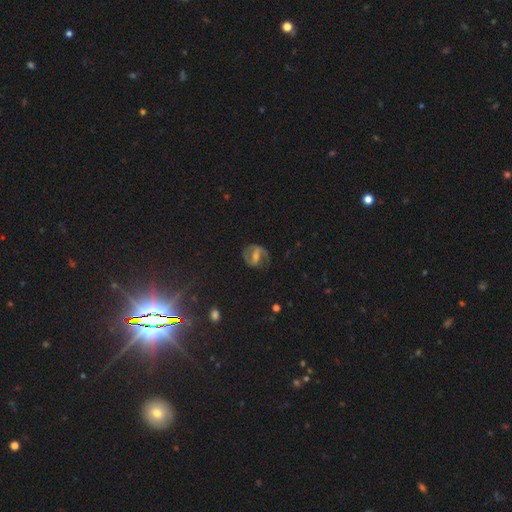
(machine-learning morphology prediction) Smooth or featured?
  - featured or disk: 76% *
  - smooth: 12%
  - star or artifact: 12%
Edge-on disk?
  - no: 96% *
  - yes: 4%
Bar?
  - strong: 49% *
  - weak: 36%
  - no: 14%
Spiral arms?
  - yes: 89% *
  - no: 11%
Spiral winding?
  - medium: 51% *
  - tight: 26%
  - loose: 23%
Spiral arm count?
  - 2: 89% *
  - can't tell: 5%
  - 1: 3%
  - 3: 1%
  - 4: 1%
  - more than 4: 1%
Bulge size?
  - moderate: 42% * (tied)
  - small: 42% * (tied)
  - none: 10%
  - large: 5%
  - dominant: 1%
Merging?
  - none: 78% *
  - minor disturbance: 13%
  - major disturbance: 7%
  - merger: 2%